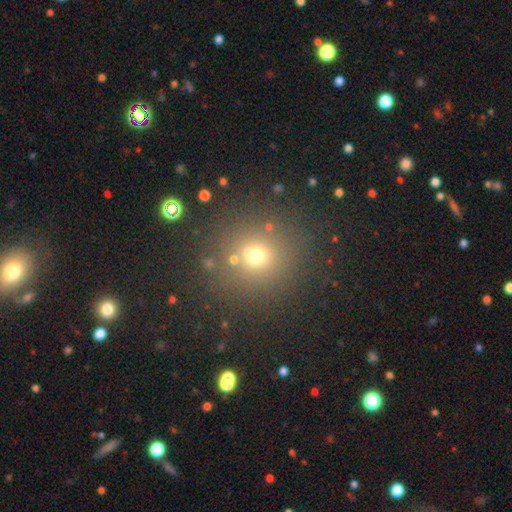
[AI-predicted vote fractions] Smooth or featured? smooth (62%)
How rounded? round (87%)
Merging? none (78%)